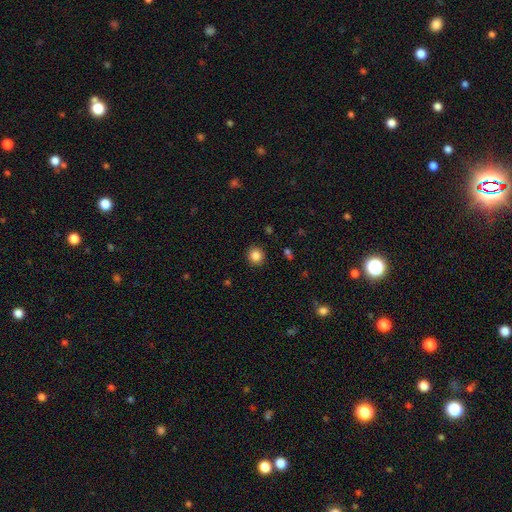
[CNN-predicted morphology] smooth_or_featured: smooth (p=0.85) [alt: star or artifact p=0.10]
how_rounded: round (p=0.91) [alt: in between p=0.08]
merging: none (p=0.91) [alt: minor disturbance p=0.06]